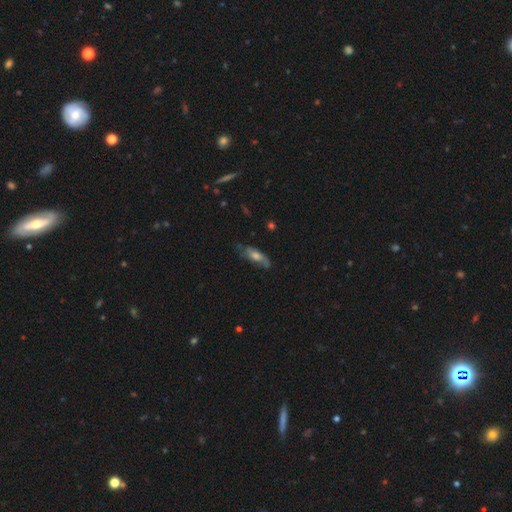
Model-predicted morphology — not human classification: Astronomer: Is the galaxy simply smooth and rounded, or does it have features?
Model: featured or disk — 51% (runner-up: smooth, 40%).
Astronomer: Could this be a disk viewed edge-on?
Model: no — 71%.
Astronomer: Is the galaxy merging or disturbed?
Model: none — 62%.